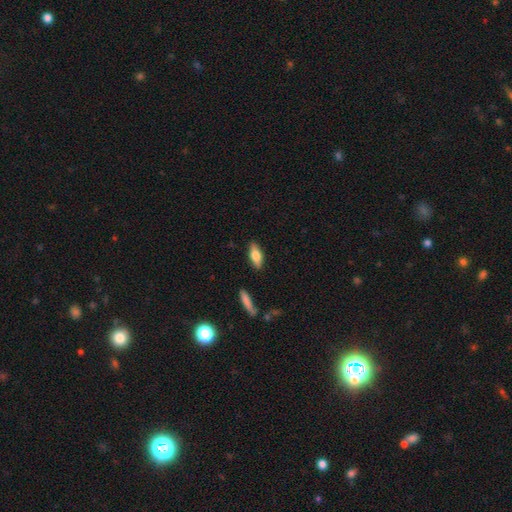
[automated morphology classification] This is likely a smooth galaxy (71%). How rounded: likely in between (73%). Merging: clearly none (86%).